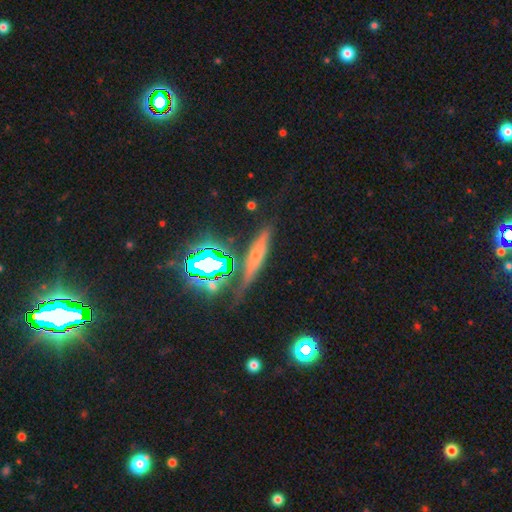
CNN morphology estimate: smooth 38%, featured or disk 33%, star or artifact 28%. Down the decision tree: merging — none (71%).